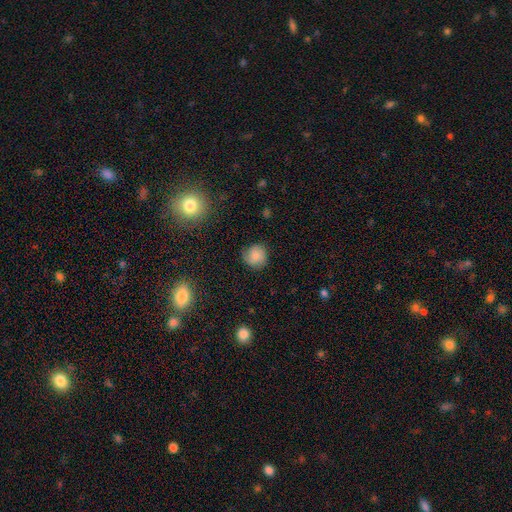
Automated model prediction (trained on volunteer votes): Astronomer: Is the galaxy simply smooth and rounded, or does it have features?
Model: smooth — 77%.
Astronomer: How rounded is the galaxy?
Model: round — 89%.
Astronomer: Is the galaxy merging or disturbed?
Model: none — 79%.